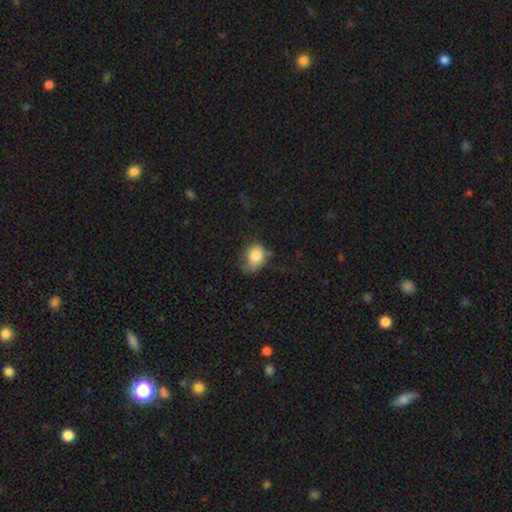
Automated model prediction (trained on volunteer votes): This is clearly a smooth galaxy (81%). How rounded: possibly in between (51%). Merging: marginally none (41%).